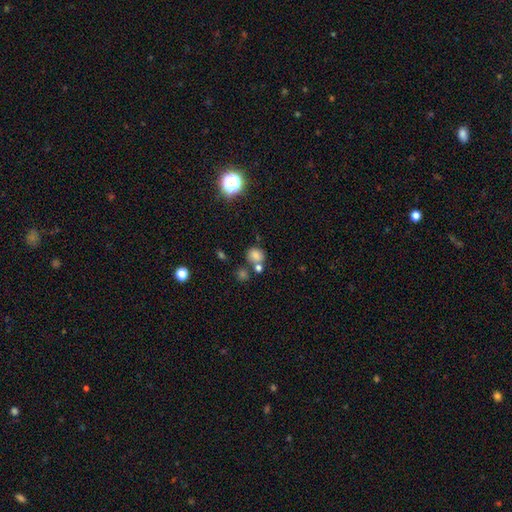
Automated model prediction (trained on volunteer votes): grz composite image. It shows a smooth galaxy with no disk features (74%) that is round (72%). Merging: none (55%).